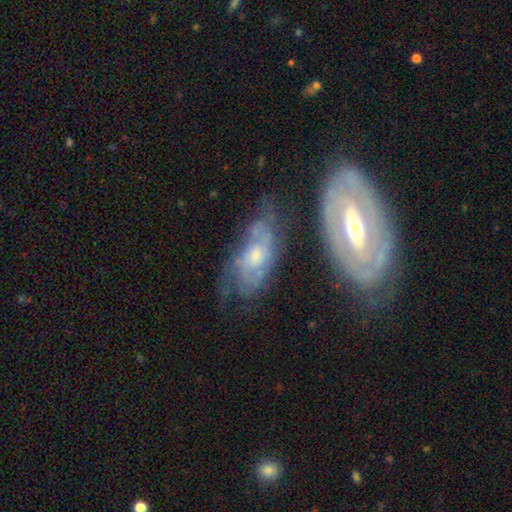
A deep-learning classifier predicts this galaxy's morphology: A featured or disk galaxy (70%) with no bar (65%), spiral arms (77%) and a moderate central bulge (47%). Merging: none (49%).